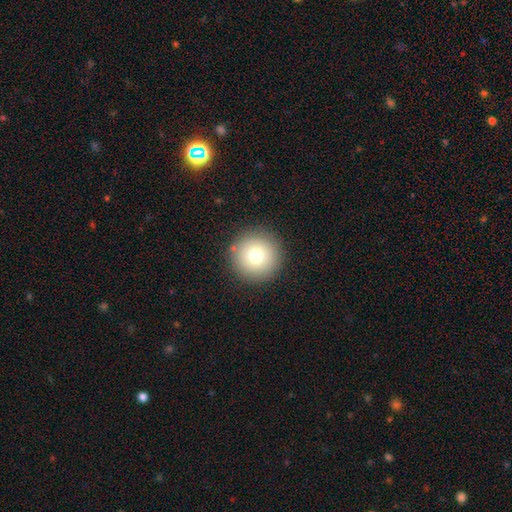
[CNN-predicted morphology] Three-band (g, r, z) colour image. It shows a smooth galaxy with no disk features (74%) that is round (96%). Merging: none (90%).